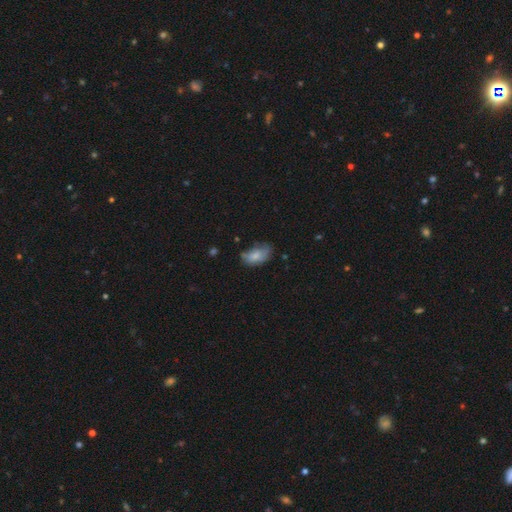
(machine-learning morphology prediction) Smooth or featured? smooth (75%)
How rounded? in between (91%)
Merging? none (47%)